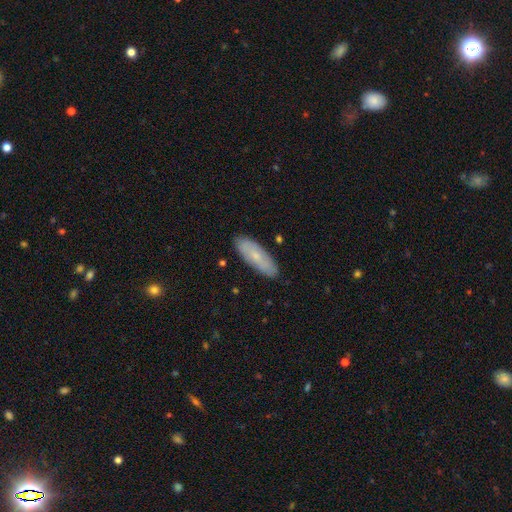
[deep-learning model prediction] This appears to be a smooth galaxy with no disk features (63%) that is in between round and cigar-shaped (62%). Merging: none (87%).